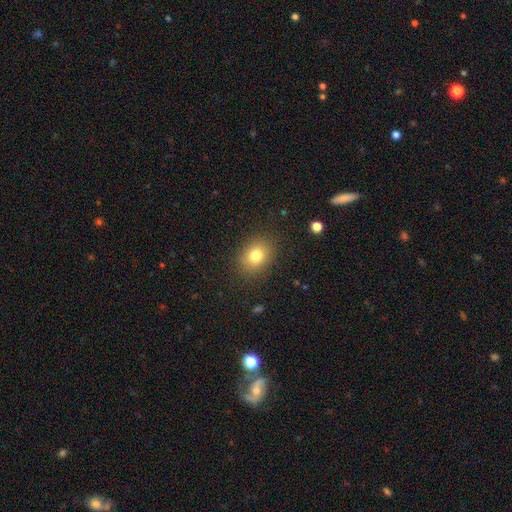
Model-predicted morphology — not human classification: Smooth or featured: smooth — 79% (star or artifact — 12%)
How rounded: in between — 55% (round — 44%)
Merging: none — 87% (minor disturbance — 9%)